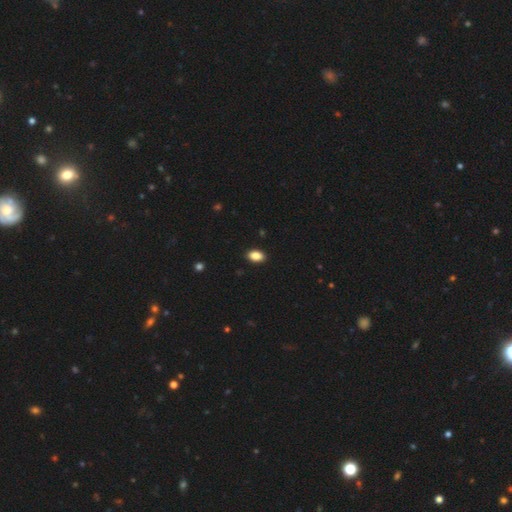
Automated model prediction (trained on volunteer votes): A smooth galaxy with no disk features (88%) that is in between round and cigar-shaped (91%). Merging: none (90%).